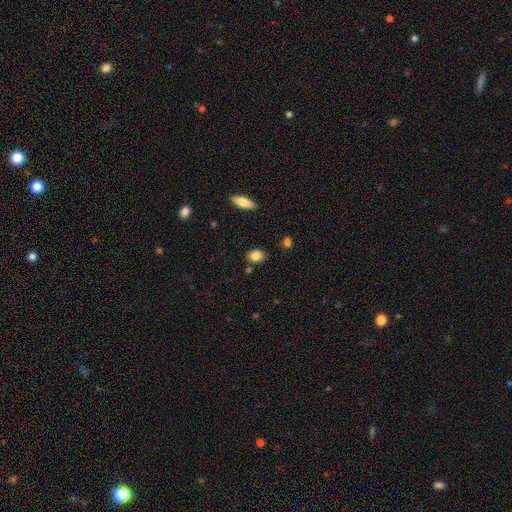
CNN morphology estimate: Smooth or featured: smooth — 83% (star or artifact — 9%)
How rounded: in between — 72% (round — 26%)
Merging: none — 81% (minor disturbance — 12%)